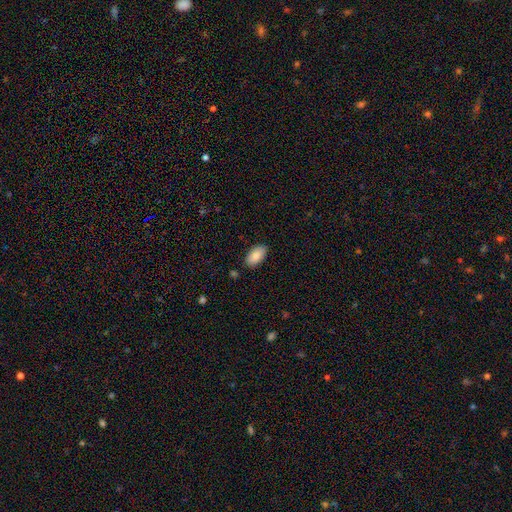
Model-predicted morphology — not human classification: Smooth or featured? Predicted: smooth (p=0.86). How rounded? Predicted: in between (p=0.95). Merging? Predicted: none (p=0.86).